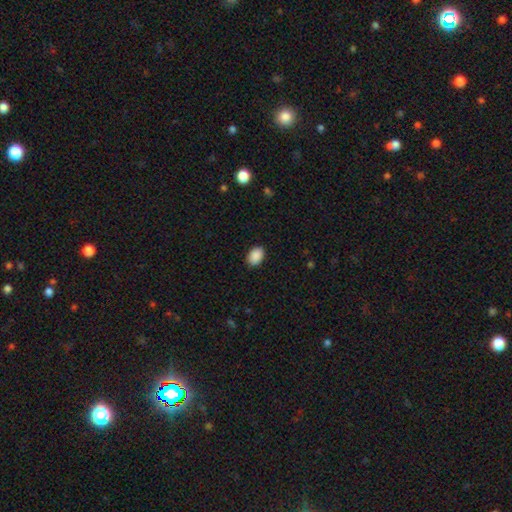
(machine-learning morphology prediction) type=smooth (90%); roundness=in between (80%); merging=none (88%).